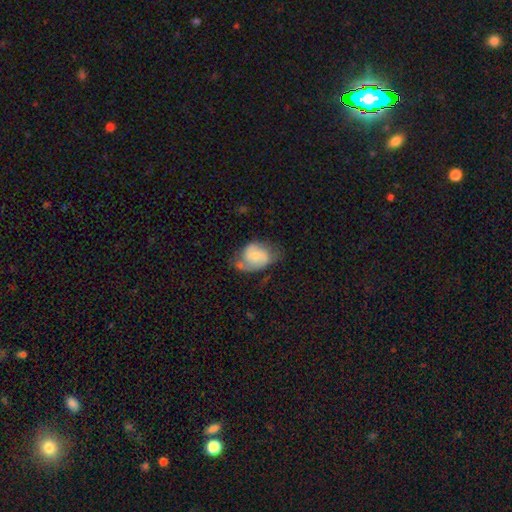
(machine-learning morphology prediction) This appears to be a featured or disk galaxy (58%) with no bar (57%), spiral arms (86%) and a small central bulge (52%). Merging: none (46%).